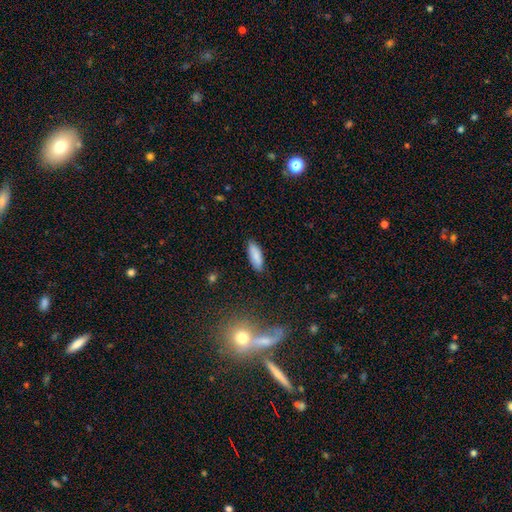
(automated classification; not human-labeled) Smooth or featured: smooth — 84% (featured or disk — 9%)
How rounded: in between — 72% (cigar-shaped — 27%)
Merging: none — 84% (minor disturbance — 12%)